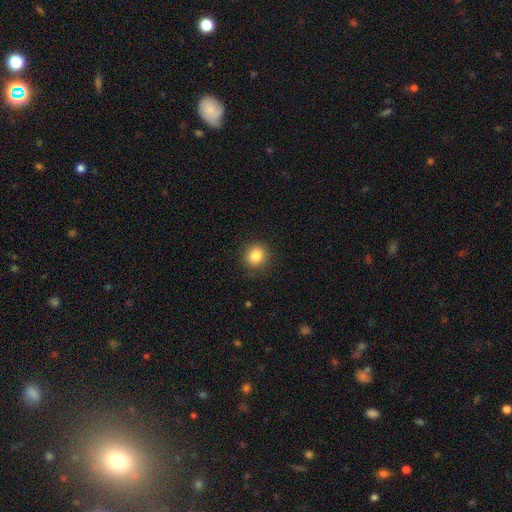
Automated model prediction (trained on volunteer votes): Smooth or featured?
  - smooth: 84% *
  - star or artifact: 11%
  - featured or disk: 6%
How rounded?
  - round: 89% *
  - in between: 10%
  - cigar-shaped: 1%
Merging?
  - none: 89% *
  - minor disturbance: 8%
  - major disturbance: 2%
  - merger: 1%